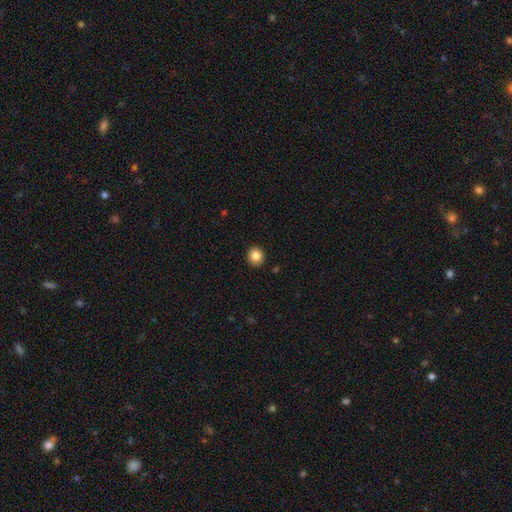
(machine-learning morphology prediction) This appears to be a smooth galaxy with no disk features (85%) that is round (87%). Merging: none (92%).